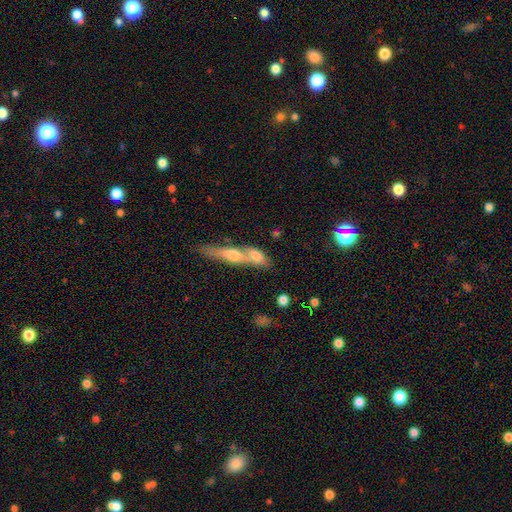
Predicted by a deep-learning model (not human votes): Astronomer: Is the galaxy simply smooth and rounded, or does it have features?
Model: smooth — 66%.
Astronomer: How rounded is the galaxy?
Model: in between — 54% (runner-up: cigar-shaped, 36%).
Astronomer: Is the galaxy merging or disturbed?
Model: merger — 61%.